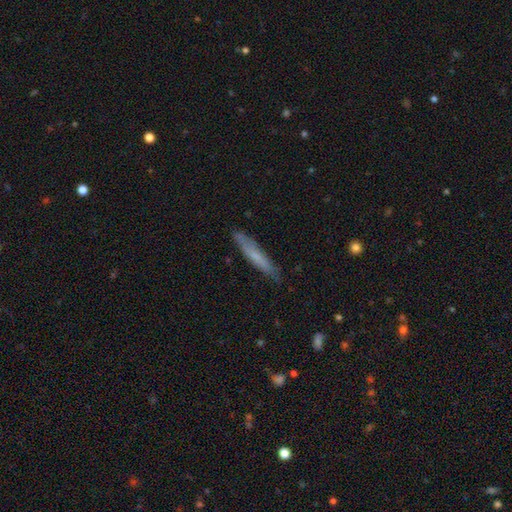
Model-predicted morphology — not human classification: This appears to be a smooth galaxy with no disk features (60%) that is cigar-shaped (93%). Merging: none (84%).